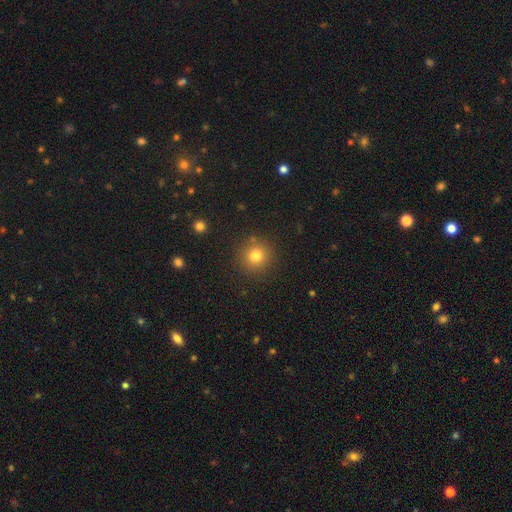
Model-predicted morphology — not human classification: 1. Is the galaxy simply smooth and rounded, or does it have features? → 79% smooth, 14% star or artifact, 7% featured or disk.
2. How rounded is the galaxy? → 94% round, 5% in between, 1% cigar-shaped.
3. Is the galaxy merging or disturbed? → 88% none, 7% minor disturbance, 3% major disturbance, 2% merger.